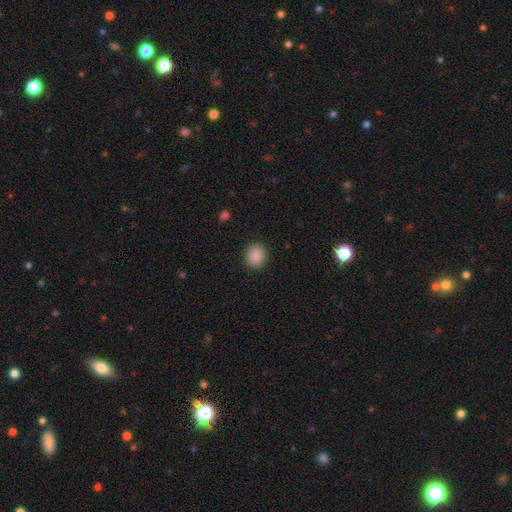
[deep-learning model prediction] Smooth or featured?
  - smooth: 87% *
  - star or artifact: 9%
  - featured or disk: 4%
How rounded?
  - round: 77% *
  - in between: 22%
  - cigar-shaped: 1%
Merging?
  - none: 91% *
  - minor disturbance: 6%
  - major disturbance: 2%
  - merger: 1%